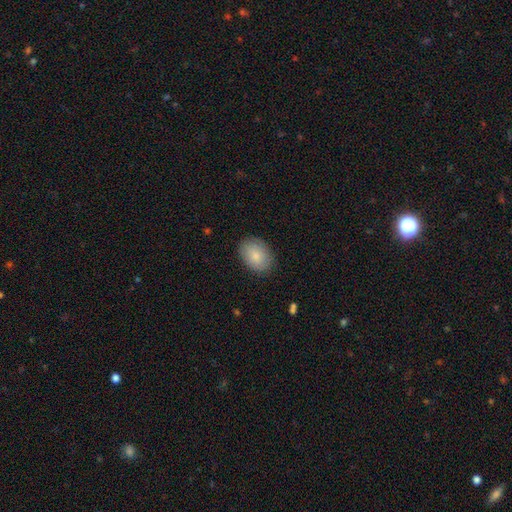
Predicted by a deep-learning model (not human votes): A smooth galaxy with no disk features (85%) that is in between round and cigar-shaped (78%). Merging: none (86%).